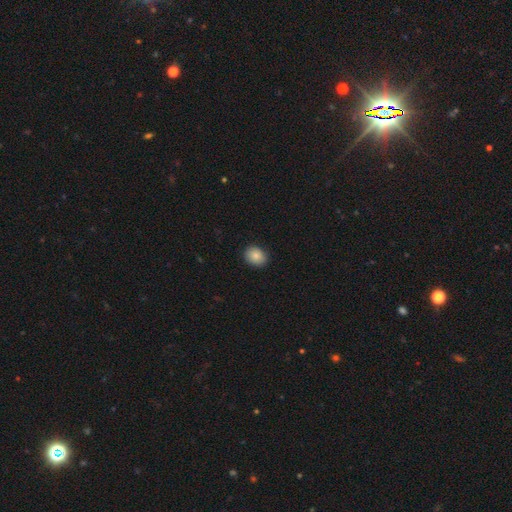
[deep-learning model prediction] smooth-or-featured: smooth: 86% | star or artifact: 8% | featured or disk: 6%
  how-rounded: round: 51% | in between: 48% | cigar-shaped: 1%
  merging: none: 88% | minor disturbance: 10% | major disturbance: 2% | merger: 1%